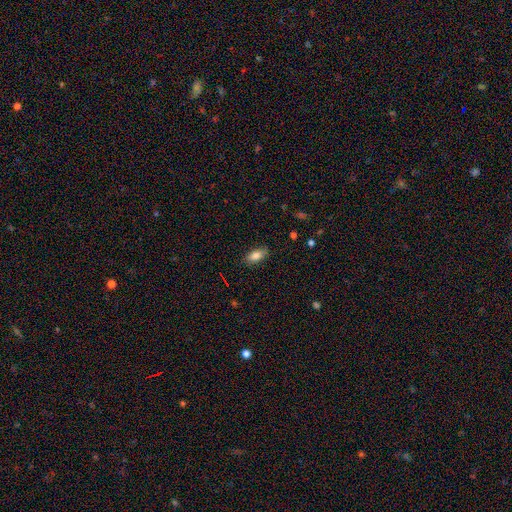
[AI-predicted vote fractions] Overall: smooth (83%). How rounded: in between (86%). Merging: none (83%).